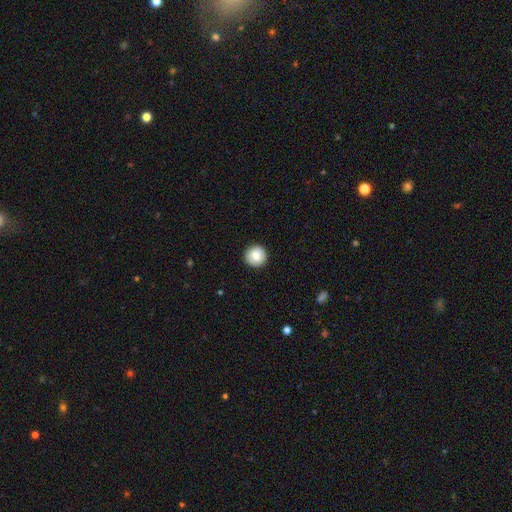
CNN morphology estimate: A smooth galaxy with no disk features (82%) that is round (95%).

Vote fractions:
- Smooth or featured? smooth: 82% / featured or disk: 10% / star or artifact: 8%
- How rounded? round: 95% / in between: 4% / cigar-shaped: 1%
- Merging? none: 92% / minor disturbance: 6% / major disturbance: 2% / merger: 1%